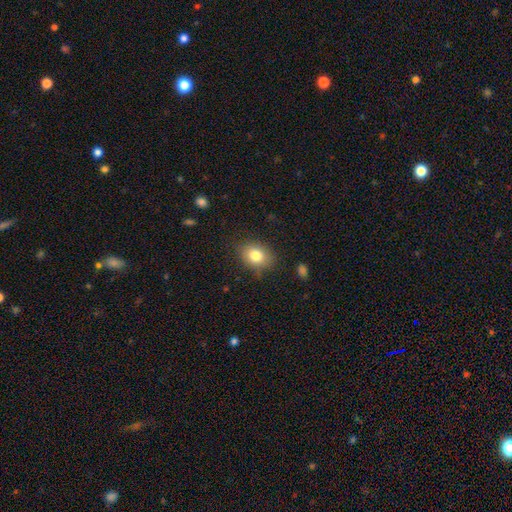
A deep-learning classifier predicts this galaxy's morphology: A smooth galaxy with no disk features (80%) that is in between round and cigar-shaped (57%). Merging: none (80%).